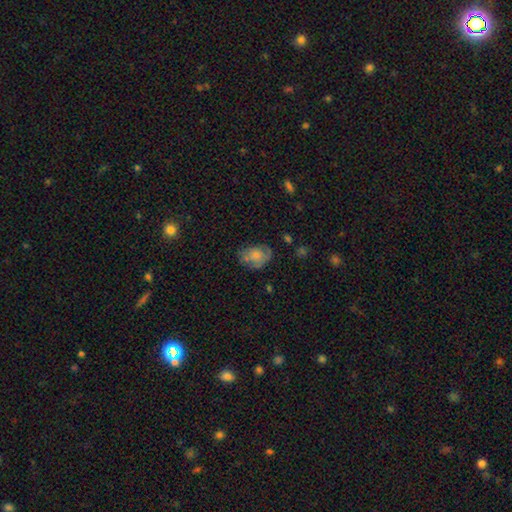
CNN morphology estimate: This is likely a smooth galaxy (62%). How rounded: likely in between (70%). Merging: possibly none (60%).